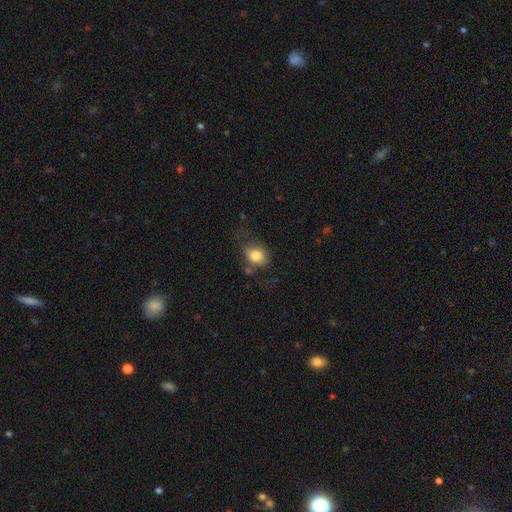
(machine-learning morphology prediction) Smooth or featured: smooth — 79% (featured or disk — 12%)
How rounded: in between — 53% (round — 46%)
Merging: none — 49% (minor disturbance — 29%)